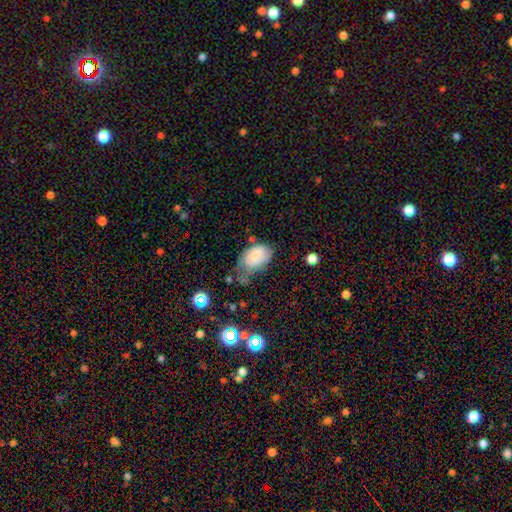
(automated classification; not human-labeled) The model was most divided on "merging": minor disturbance: 38%, none: 30%, major disturbance: 24%, merger: 9%. More confident: how rounded — in between (88%); smooth or featured — smooth (73%).